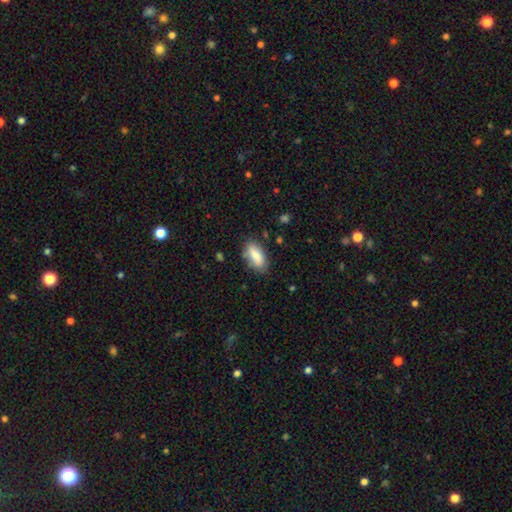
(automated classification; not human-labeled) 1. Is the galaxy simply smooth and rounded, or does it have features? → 83% smooth, 11% featured or disk, 7% star or artifact.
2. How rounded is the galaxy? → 84% in between, 13% cigar-shaped, 3% round.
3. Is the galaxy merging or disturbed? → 75% none, 19% minor disturbance, 4% major disturbance, 3% merger.